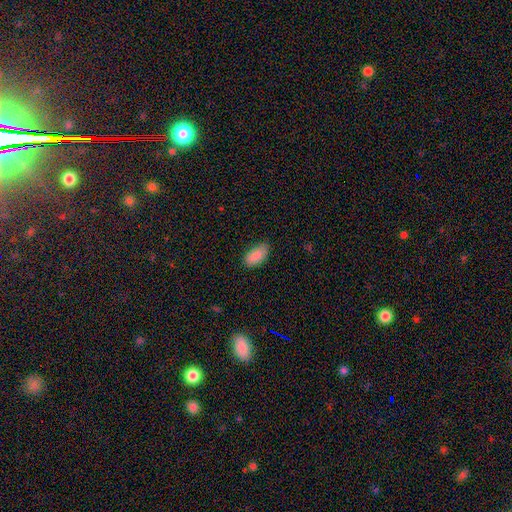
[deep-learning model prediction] The model was most divided on "merging": none: 82%, minor disturbance: 14%, major disturbance: 3%, merger: 1%. More confident: how rounded — in between (93%); smooth or featured — smooth (89%).